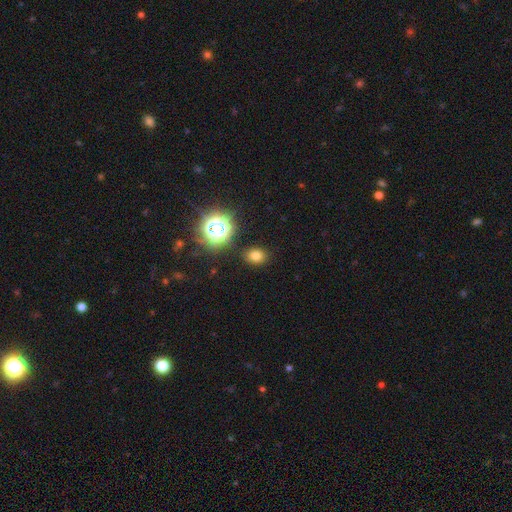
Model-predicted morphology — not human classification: Smooth or featured? Predicted: smooth (p=0.72). How rounded? Predicted: in between (p=0.50). Merging? Predicted: none (p=0.86).